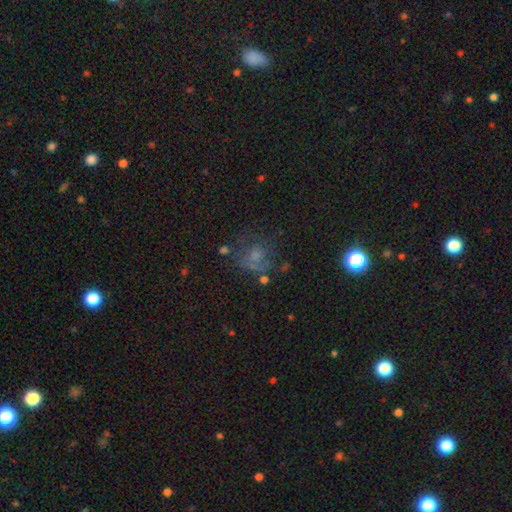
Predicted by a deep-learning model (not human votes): smooth_or_featured: smooth (p=0.44) [alt: featured or disk p=0.31]
merging: none (p=0.48) [alt: major disturbance p=0.24]